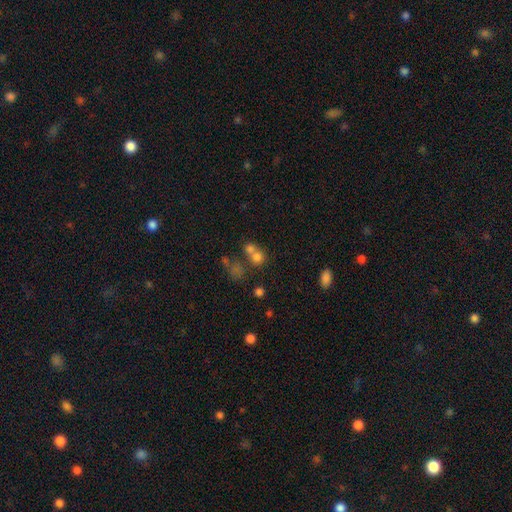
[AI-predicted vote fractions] Smooth or featured: smooth — 70% (star or artifact — 16%)
How rounded: round — 79% (in between — 20%)
Merging: merger — 49% (none — 40%)